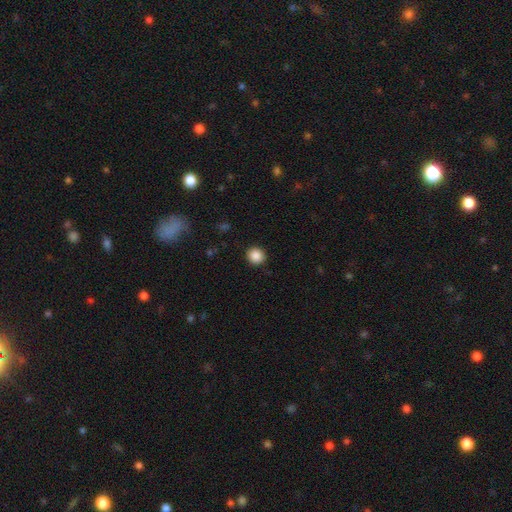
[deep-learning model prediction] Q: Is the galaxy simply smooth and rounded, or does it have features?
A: smooth — 87%.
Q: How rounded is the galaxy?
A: round — 92%.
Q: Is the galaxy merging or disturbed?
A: none — 92%.